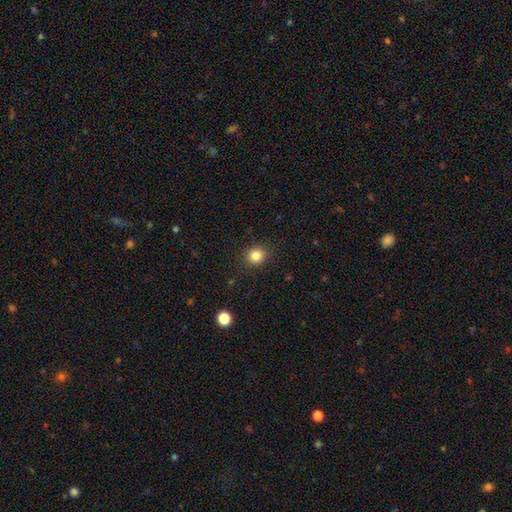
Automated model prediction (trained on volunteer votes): Morphology: type=smooth (83%); roundness=round (83%); merging=none (90%).